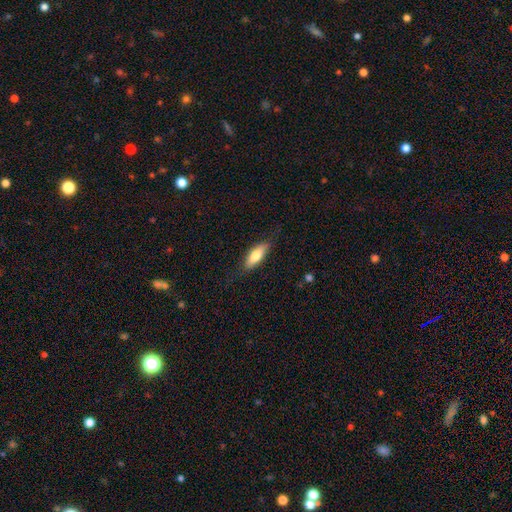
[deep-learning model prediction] smooth-or-featured: smooth: 70% | featured or disk: 24% | star or artifact: 6%
  how-rounded: in between: 68% | cigar-shaped: 30% | round: 3%
  merging: none: 77% | minor disturbance: 17% | major disturbance: 4% | merger: 1%